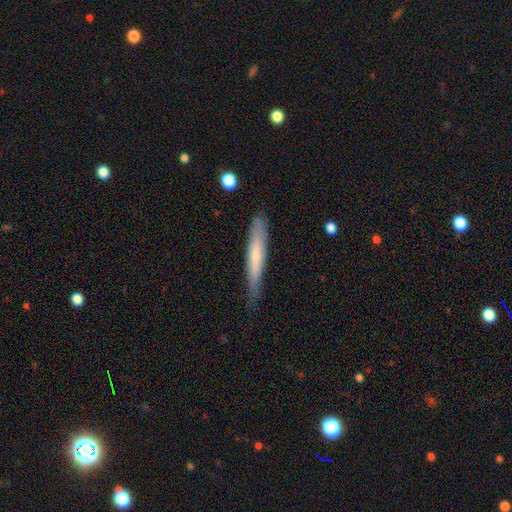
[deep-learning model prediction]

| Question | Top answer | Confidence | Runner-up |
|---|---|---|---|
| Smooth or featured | smooth | 62% | featured or disk (32%) |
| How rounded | cigar-shaped | 93% | in between (6%) |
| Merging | none | 76% | minor disturbance (19%) |